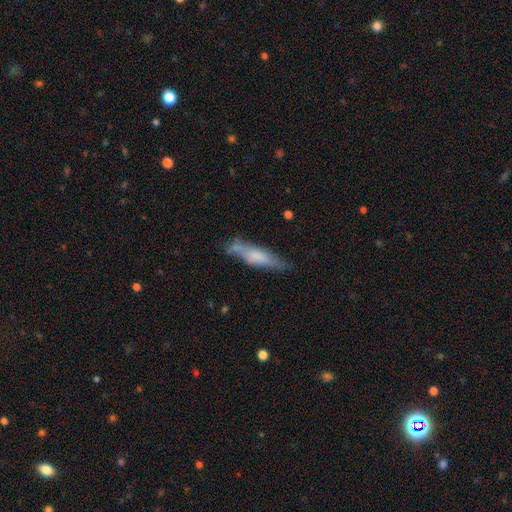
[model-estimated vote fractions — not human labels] This appears to be a smooth galaxy with no disk features (60%) that is cigar-shaped (73%). Merging: none (62%).